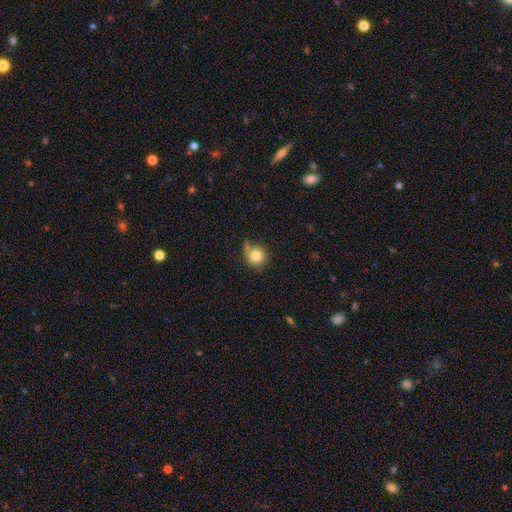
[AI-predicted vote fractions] Smooth or featured? smooth (79%)
How rounded? round (87%)
Merging? none (52%)